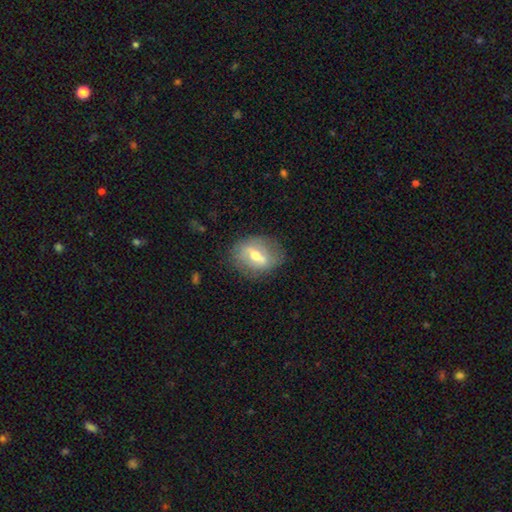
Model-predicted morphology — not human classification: type=featured or disk (52%); edge-on=no (87%); merging=none (72%).